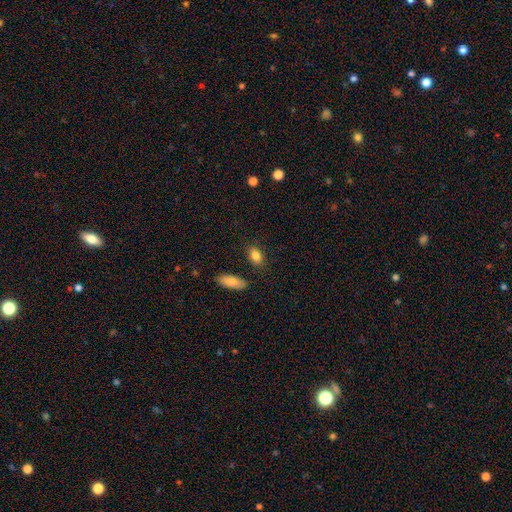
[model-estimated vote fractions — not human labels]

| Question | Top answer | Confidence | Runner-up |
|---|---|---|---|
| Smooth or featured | smooth | 84% | star or artifact (8%) |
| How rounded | in between | 84% | round (12%) |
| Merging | none | 83% | minor disturbance (11%) |